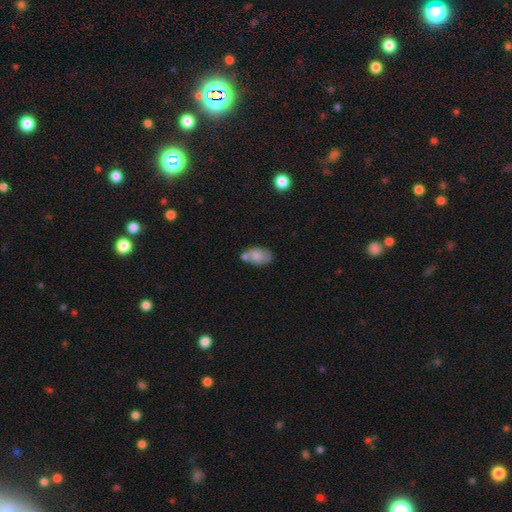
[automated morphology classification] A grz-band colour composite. It shows a smooth galaxy with no disk features (74%) that is in between round and cigar-shaped (89%). Merging: none (46%).